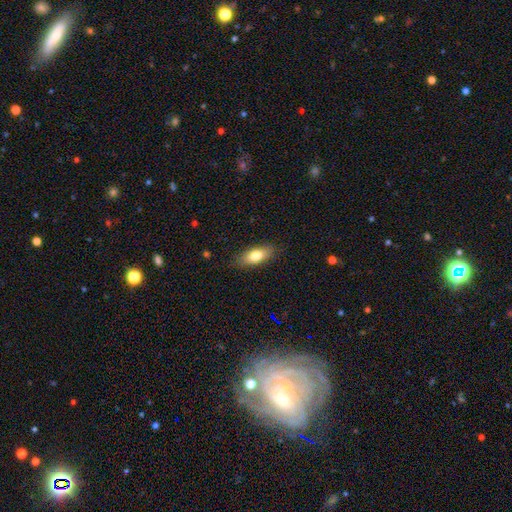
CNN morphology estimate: Overall: smooth (76%). How rounded: in between (78%). Merging: none (84%).